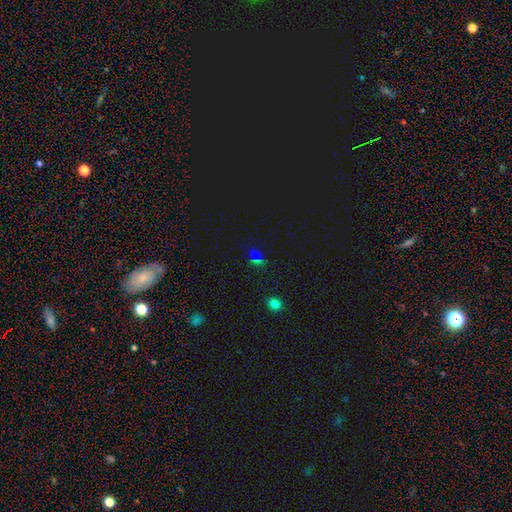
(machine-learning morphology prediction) A star or artifact, not a galaxy (57%).